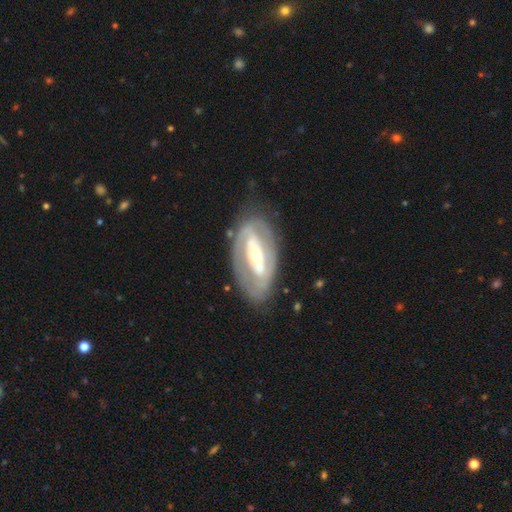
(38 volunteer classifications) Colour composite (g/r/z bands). It shows a featured or disk galaxy (84%) with a strong bar (59%), no spiral arms (66%) and a small central bulge (59%). Merging: none (54%).